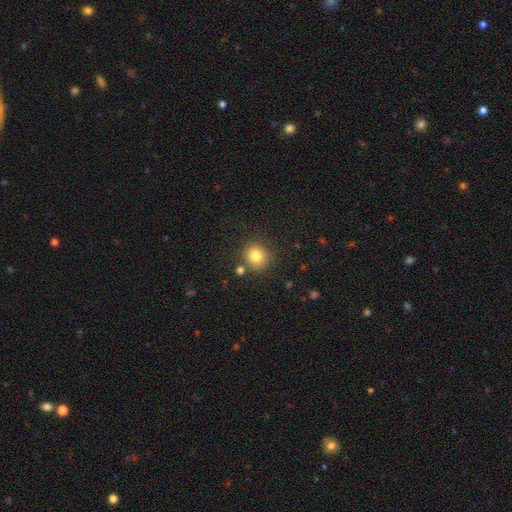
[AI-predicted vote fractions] The model was most divided on "smooth or featured": smooth: 80%, star or artifact: 12%, featured or disk: 8%. More confident: how rounded — round (86%); merging — none (80%).